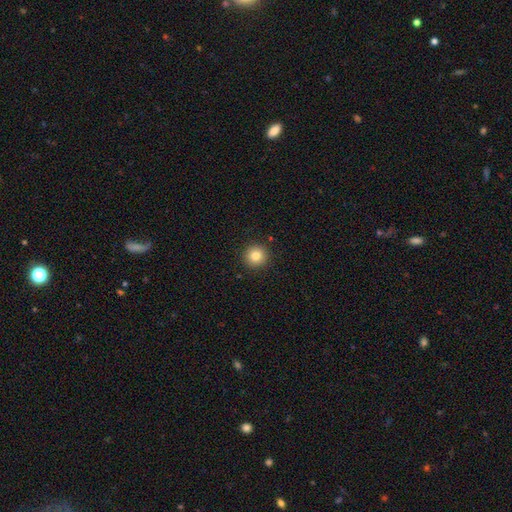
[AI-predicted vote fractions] Smooth or featured?
  - smooth: 82% *
  - star or artifact: 11%
  - featured or disk: 7%
How rounded?
  - round: 95% *
  - in between: 4%
  - cigar-shaped: 1%
Merging?
  - none: 92% *
  - minor disturbance: 5%
  - major disturbance: 2%
  - merger: 1%